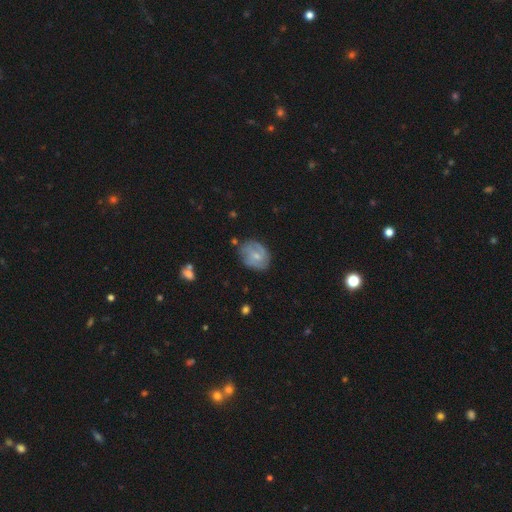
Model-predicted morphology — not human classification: A featured or disk galaxy (49%).

Vote fractions:
- Smooth or featured? featured or disk: 49% / smooth: 44% / star or artifact: 7%
- Merging? none: 66% / minor disturbance: 24% / major disturbance: 7% / merger: 3%